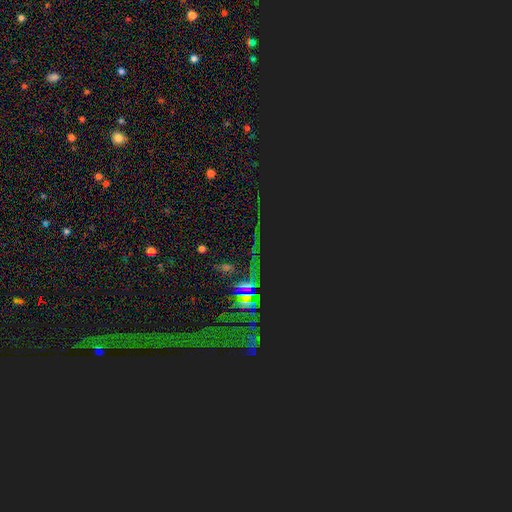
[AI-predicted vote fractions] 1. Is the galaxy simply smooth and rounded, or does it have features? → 69% star or artifact, 18% featured or disk, 13% smooth.